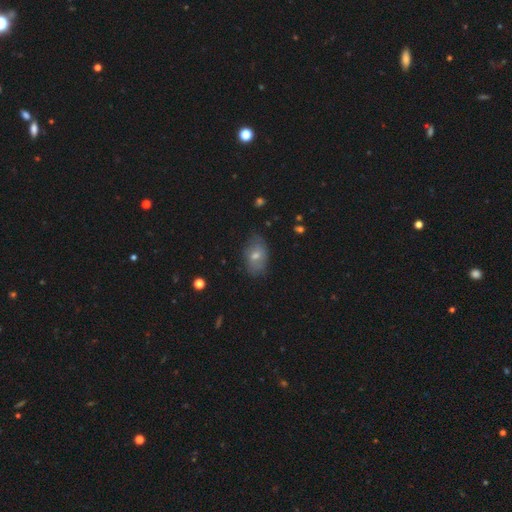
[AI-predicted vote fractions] Morphology: type=smooth (57%); roundness=in between (85%); merging=none (75%).